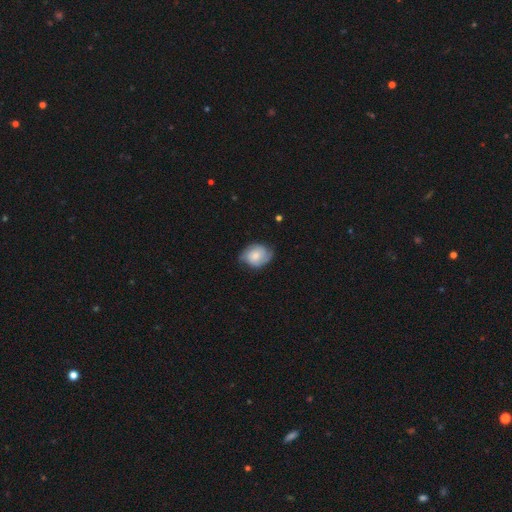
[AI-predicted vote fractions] A featured or disk galaxy (49%). Merging: none (63%).